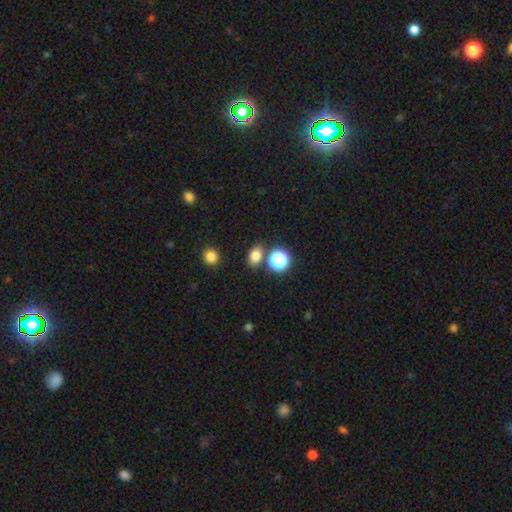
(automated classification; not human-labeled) Smooth or featured? Predicted: smooth (p=0.77). How rounded? Predicted: in between (p=0.64). Merging? Predicted: none (p=0.77).